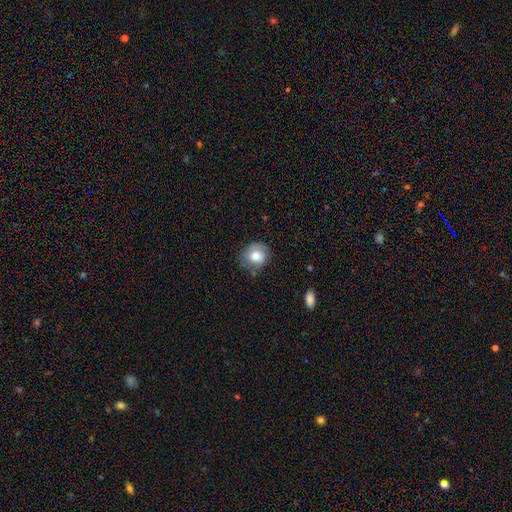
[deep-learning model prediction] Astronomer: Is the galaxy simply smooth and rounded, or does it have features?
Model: smooth — 67%.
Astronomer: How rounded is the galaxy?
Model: round — 71%.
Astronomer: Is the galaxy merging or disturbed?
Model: none — 63%.